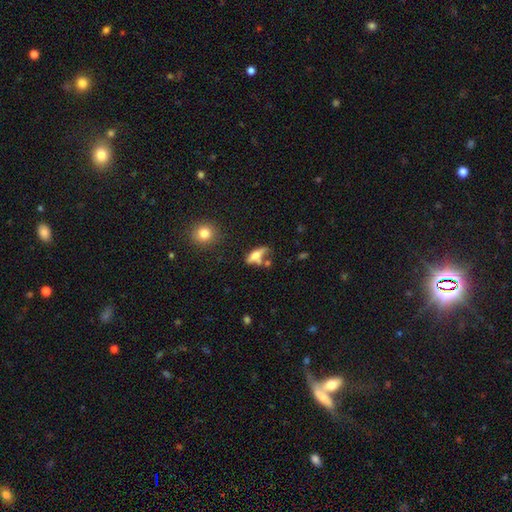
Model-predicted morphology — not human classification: This appears to be a smooth galaxy with no disk features (52%) that is in between round and cigar-shaped (55%). Merging: none (45%).